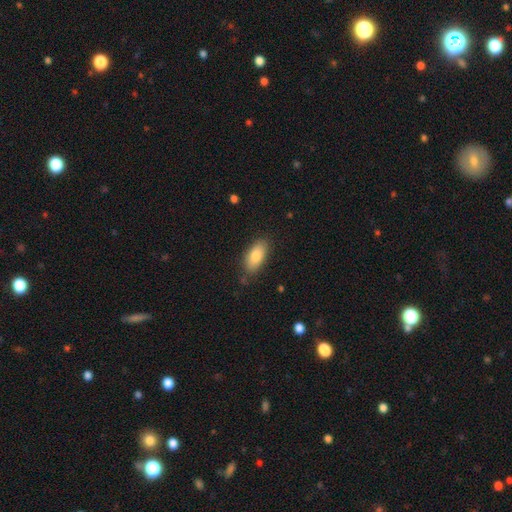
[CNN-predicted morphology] smooth_or_featured: smooth (p=0.83) [alt: featured or disk p=0.10]
how_rounded: in between (p=0.89) [alt: cigar-shaped p=0.08]
merging: none (p=0.80) [alt: minor disturbance p=0.15]